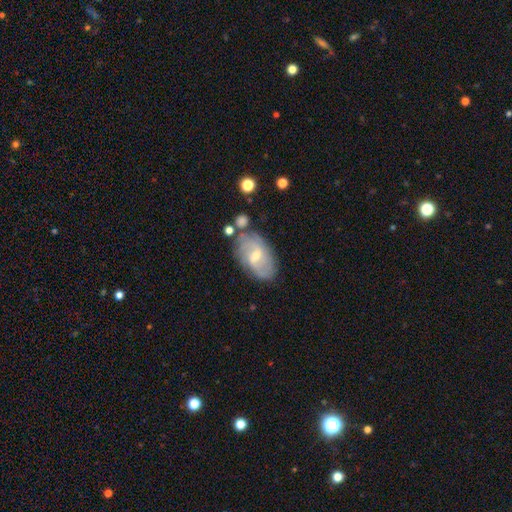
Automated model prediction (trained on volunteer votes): This is likely a featured or disk galaxy (68%). It is clearly not viewed edge-on (94%). Bar: possibly weak (60%). Spiral arm pattern: clearly yes (83%). Spiral arm count: possibly 2 (52%). Spiral winding: marginally medium (41%). Central bulge: possibly small (51%). Merging: likely none (66%).